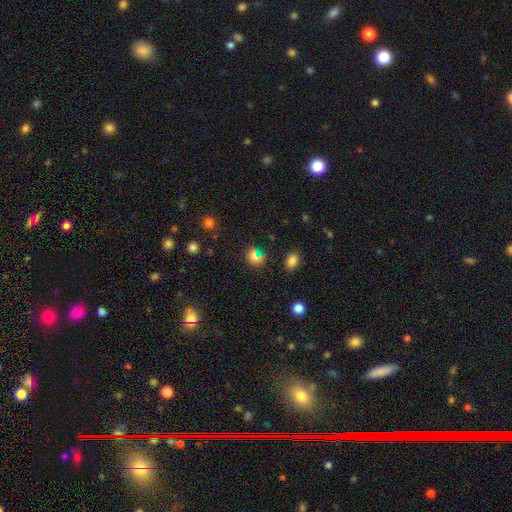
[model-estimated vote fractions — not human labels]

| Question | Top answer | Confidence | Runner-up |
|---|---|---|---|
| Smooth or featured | smooth | 67% | star or artifact (23%) |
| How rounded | round | 68% | in between (30%) |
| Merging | none | 66% | minor disturbance (15%) |